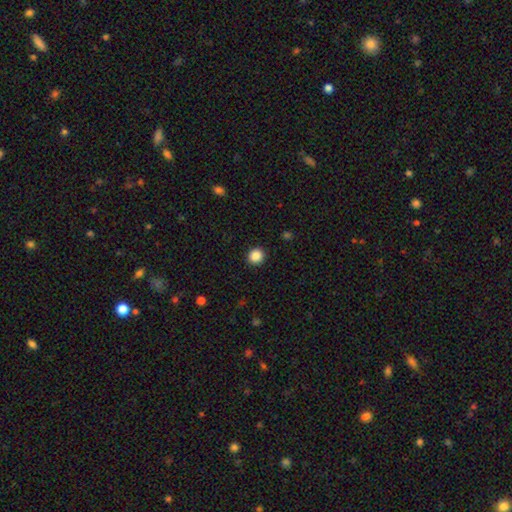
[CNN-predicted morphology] smooth_or_featured: smooth (p=0.86) [alt: star or artifact p=0.10]
how_rounded: round (p=0.92) [alt: in between p=0.08]
merging: none (p=0.93) [alt: minor disturbance p=0.05]